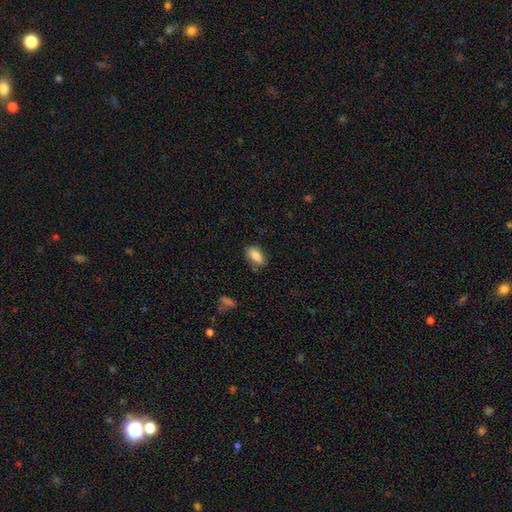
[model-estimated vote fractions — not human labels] smooth-or-featured: smooth: 79% | featured or disk: 14% | star or artifact: 8%
  how-rounded: in between: 85% | cigar-shaped: 10% | round: 5%
  merging: none: 78% | minor disturbance: 16% | major disturbance: 3% | merger: 2%